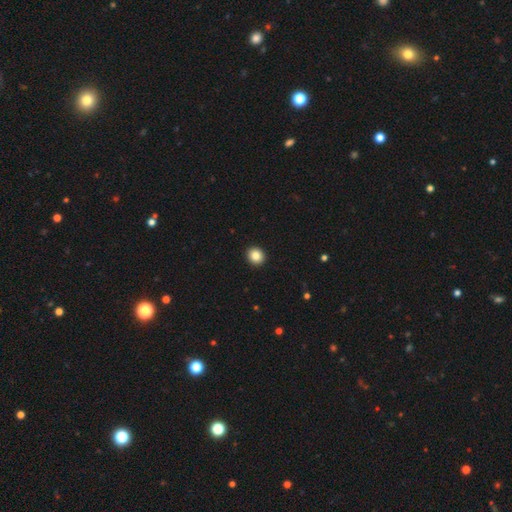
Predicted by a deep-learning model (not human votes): smooth-or-featured: smooth: 85% | star or artifact: 10% | featured or disk: 5%
  how-rounded: round: 84% | in between: 15% | cigar-shaped: 1%
  merging: none: 93% | minor disturbance: 4% | major disturbance: 1% | merger: 1%